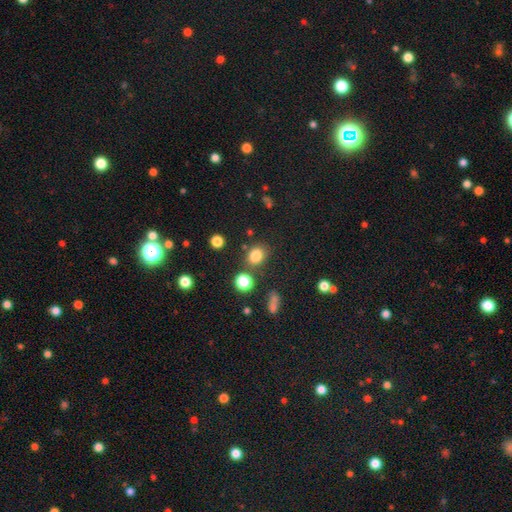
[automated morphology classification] A smooth galaxy with no disk features (80%) that is round (60%).

Vote fractions:
- Smooth or featured? smooth: 80% / star or artifact: 14% / featured or disk: 6%
- How rounded? round: 60% / in between: 39% / cigar-shaped: 1%
- Merging? none: 76% / minor disturbance: 11% / merger: 8% / major disturbance: 4%